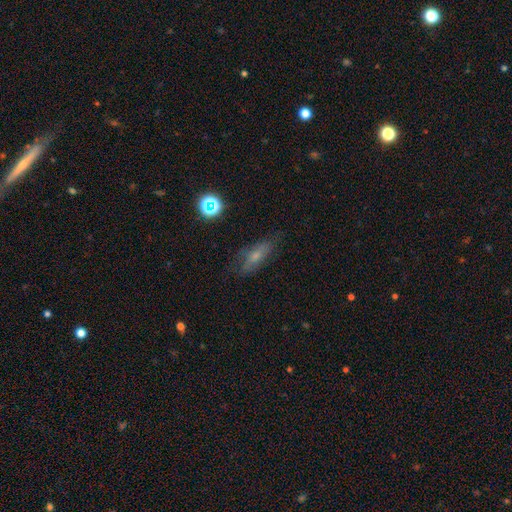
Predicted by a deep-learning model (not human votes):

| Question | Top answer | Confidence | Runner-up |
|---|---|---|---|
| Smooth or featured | smooth | 57% | featured or disk (28%) |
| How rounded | in between | 62% | cigar-shaped (32%) |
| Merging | none | 67% | minor disturbance (22%) |